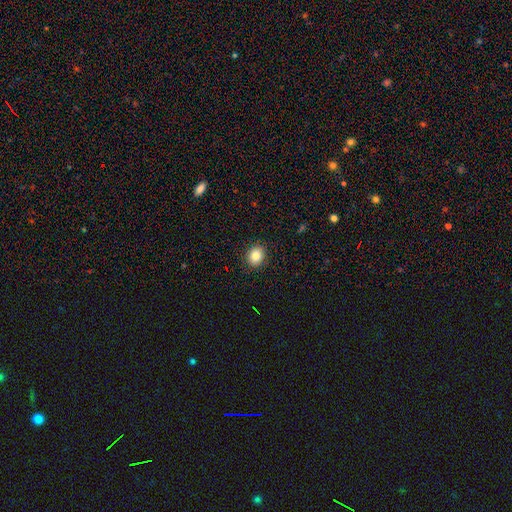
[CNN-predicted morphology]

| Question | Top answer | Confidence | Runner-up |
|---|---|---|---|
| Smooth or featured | smooth | 84% | star or artifact (10%) |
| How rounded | round | 58% | in between (41%) |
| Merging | none | 90% | minor disturbance (7%) |